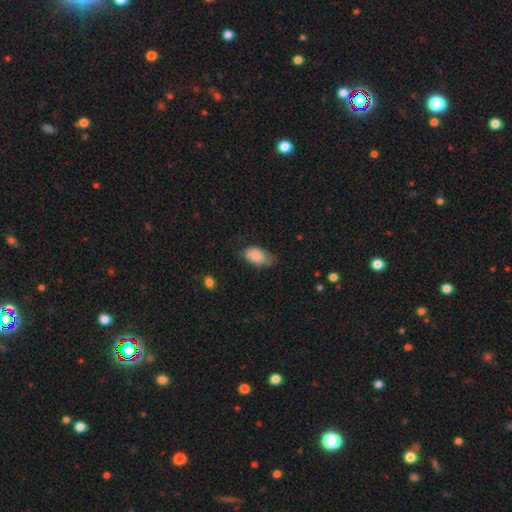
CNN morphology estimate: smooth_or_featured: smooth (p=0.85) [alt: featured or disk p=0.08]
how_rounded: in between (p=0.91) [alt: round p=0.07]
merging: none (p=0.47) [alt: minor disturbance p=0.37]